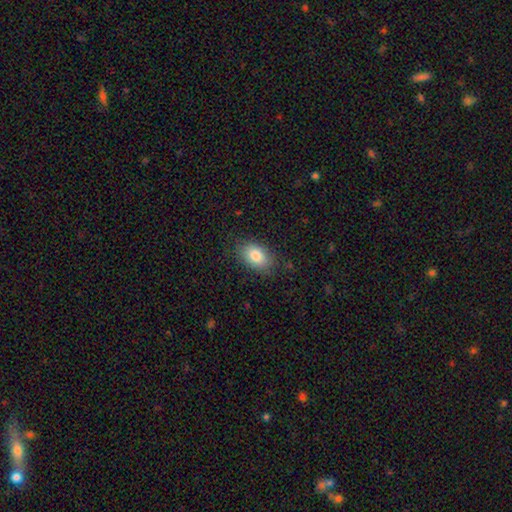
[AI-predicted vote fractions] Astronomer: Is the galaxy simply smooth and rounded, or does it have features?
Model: smooth — 84%.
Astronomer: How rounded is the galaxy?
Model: in between — 88%.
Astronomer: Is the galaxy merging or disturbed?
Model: none — 82%.